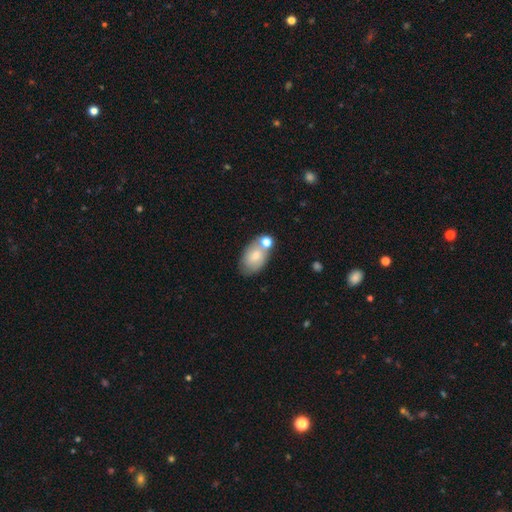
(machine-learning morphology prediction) The model was most divided on "merging": none: 51%, merger: 26%, minor disturbance: 17%, major disturbance: 6%. More confident: how rounded — in between (88%); smooth or featured — smooth (71%).